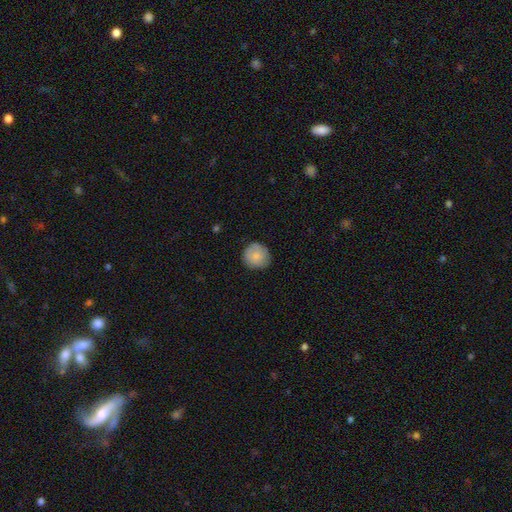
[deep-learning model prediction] A smooth galaxy with no disk features (81%) that is round (91%). Merging: none (82%).